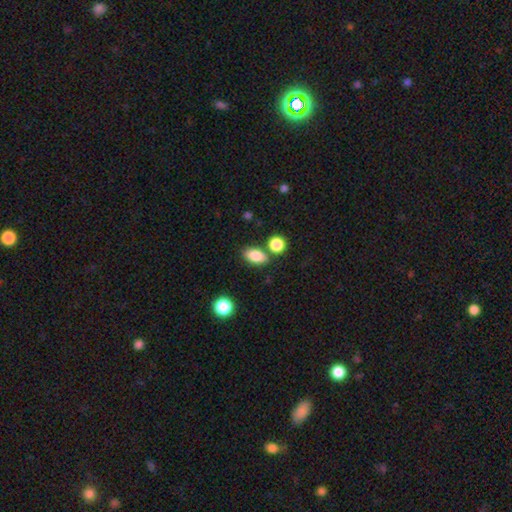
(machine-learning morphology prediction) This appears to be a smooth galaxy with no disk features (85%) that is in between round and cigar-shaped (87%). Merging: none (76%).